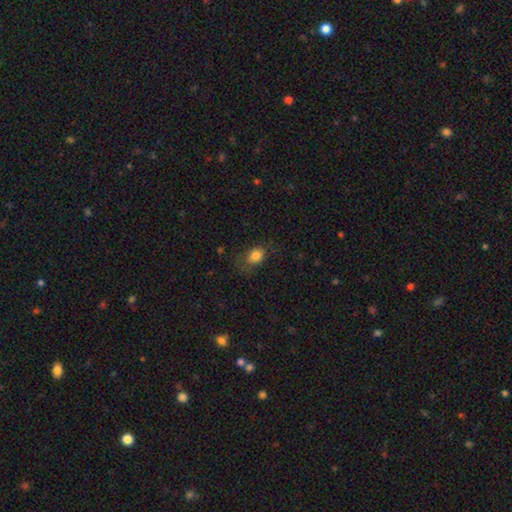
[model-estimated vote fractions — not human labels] Smooth or featured? smooth (82%)
How rounded? in between (63%)
Merging? none (65%)